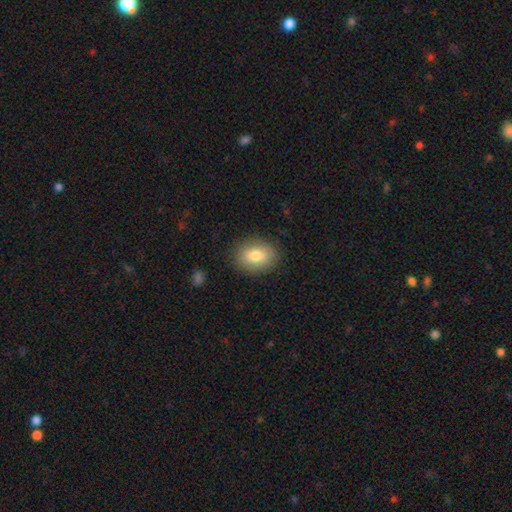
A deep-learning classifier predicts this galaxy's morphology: Smooth or featured? Predicted: smooth (p=0.79). How rounded? Predicted: in between (p=0.63). Merging? Predicted: none (p=0.86).